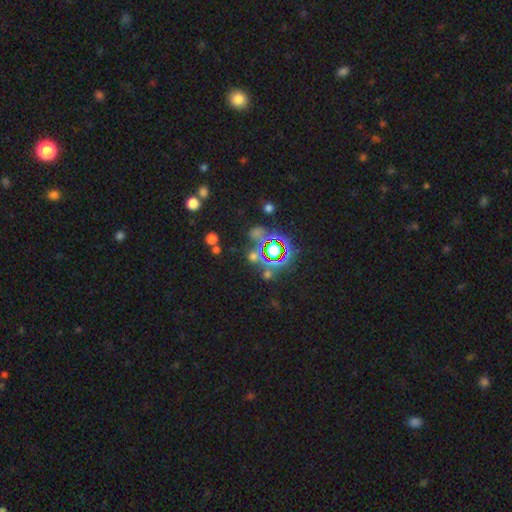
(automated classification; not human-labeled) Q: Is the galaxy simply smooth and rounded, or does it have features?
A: star or artifact — 73%.